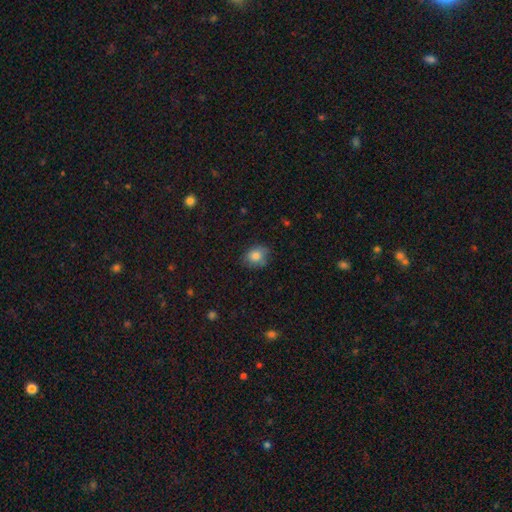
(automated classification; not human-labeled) Q: Smooth or featured?
A: smooth (81%); runner-up: star or artifact (9%)
Q: How rounded?
A: round (51%); runner-up: in between (48%)
Q: Merging?
A: none (71%); runner-up: minor disturbance (23%)